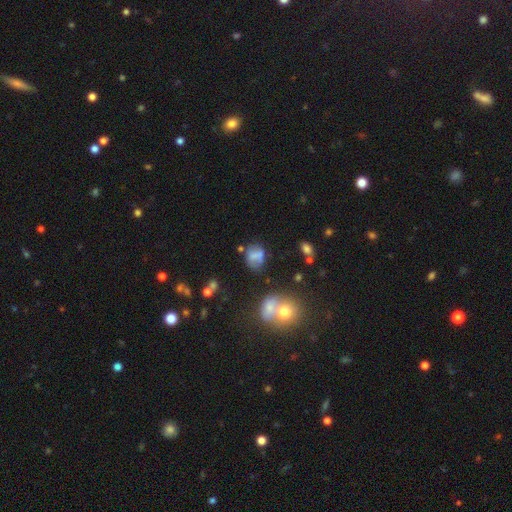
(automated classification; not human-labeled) Smooth or featured: smooth — 61% (featured or disk — 25%)
How rounded: in between — 57% (round — 41%)
Merging: none — 46% (minor disturbance — 23%)